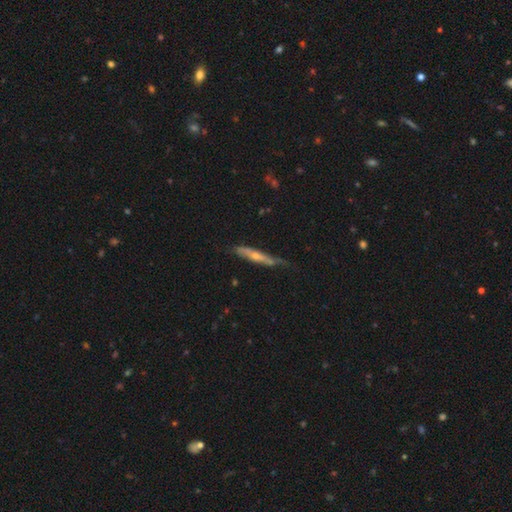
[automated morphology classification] Smooth or featured? featured or disk (62%)
Edge-on disk? yes (82%)
Edge-on bulge? rounded (69%)
Merging? none (59%)